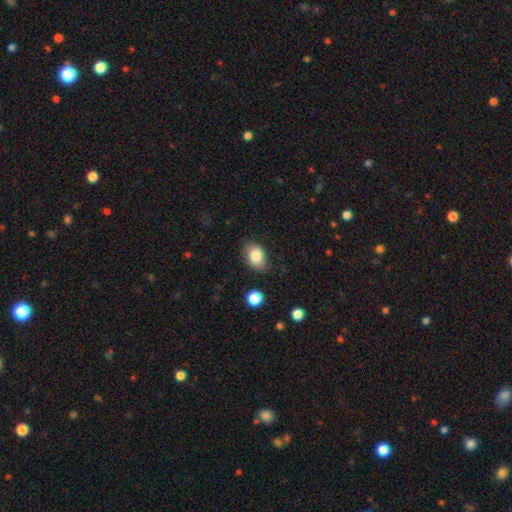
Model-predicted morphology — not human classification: Smooth or featured?
  - smooth: 84% *
  - star or artifact: 8%
  - featured or disk: 8%
How rounded?
  - in between: 74% *
  - round: 25%
  - cigar-shaped: 1%
Merging?
  - none: 75% *
  - minor disturbance: 19%
  - major disturbance: 4%
  - merger: 2%